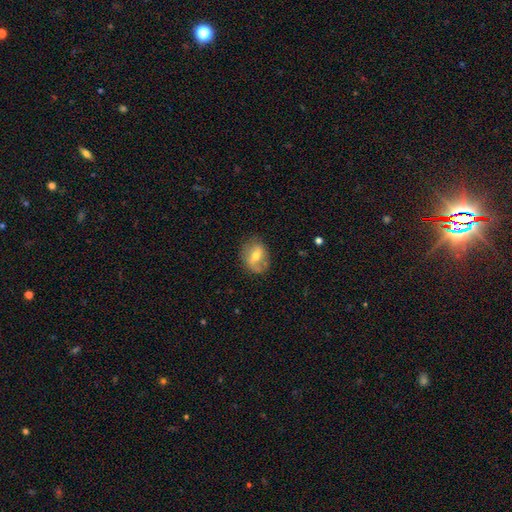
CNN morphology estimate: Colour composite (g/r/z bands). It shows a smooth galaxy with no disk features (54%) that is in between round and cigar-shaped (56%). Merging: none (71%).